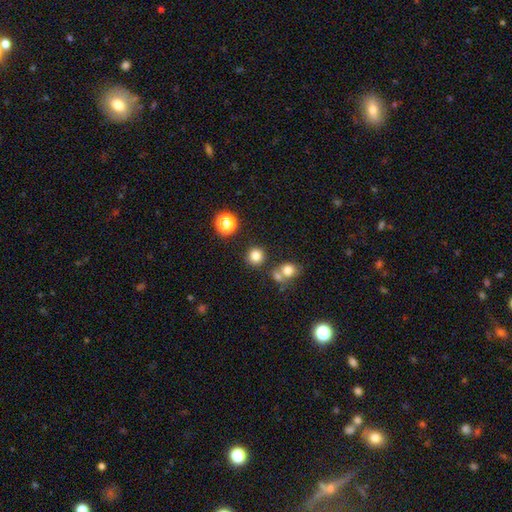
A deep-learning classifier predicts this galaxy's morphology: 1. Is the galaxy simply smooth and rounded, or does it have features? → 80% smooth, 14% star or artifact, 6% featured or disk.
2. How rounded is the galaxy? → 91% round, 8% in between, 1% cigar-shaped.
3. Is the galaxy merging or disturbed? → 80% none, 9% merger, 8% minor disturbance, 3% major disturbance.